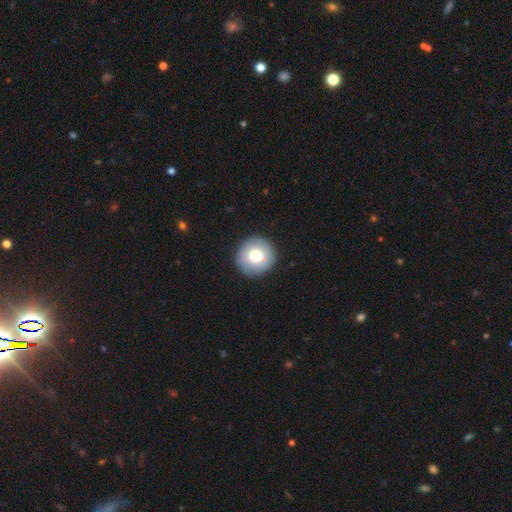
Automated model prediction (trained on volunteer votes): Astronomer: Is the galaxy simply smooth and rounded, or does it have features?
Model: smooth — 73%.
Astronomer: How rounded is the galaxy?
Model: round — 95%.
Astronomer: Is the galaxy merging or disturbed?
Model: none — 91%.